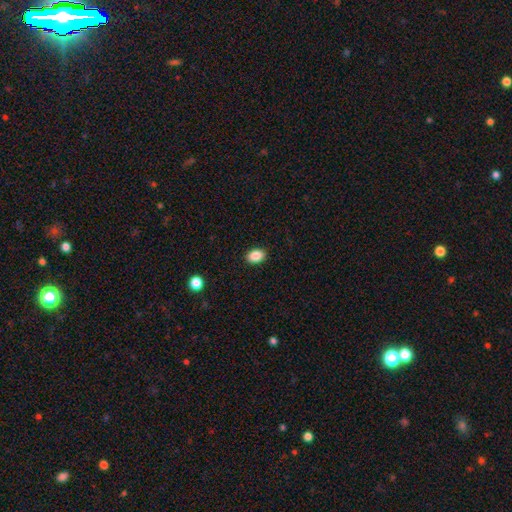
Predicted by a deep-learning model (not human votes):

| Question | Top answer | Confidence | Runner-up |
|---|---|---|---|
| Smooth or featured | smooth | 87% | star or artifact (9%) |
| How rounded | in between | 77% | round (22%) |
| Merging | none | 90% | minor disturbance (7%) |